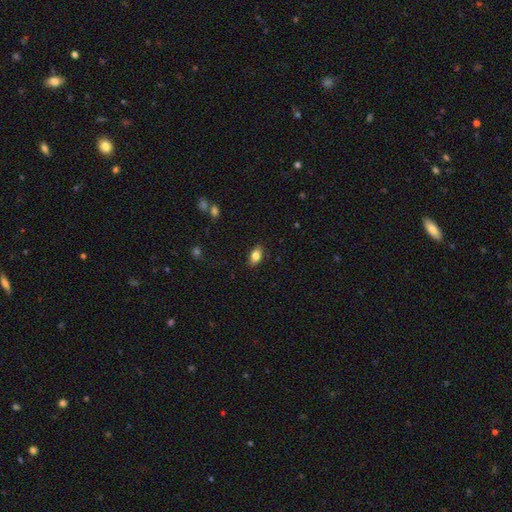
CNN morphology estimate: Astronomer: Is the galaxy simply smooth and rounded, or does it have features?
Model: smooth — 80%.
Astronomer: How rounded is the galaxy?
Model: in between — 86%.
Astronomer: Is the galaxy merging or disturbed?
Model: none — 87%.